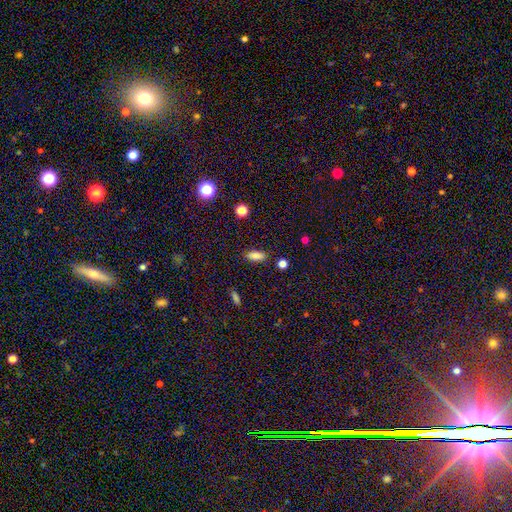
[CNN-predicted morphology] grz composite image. It shows a smooth galaxy with no disk features (84%) that is in between round and cigar-shaped (75%). Merging: none (85%).